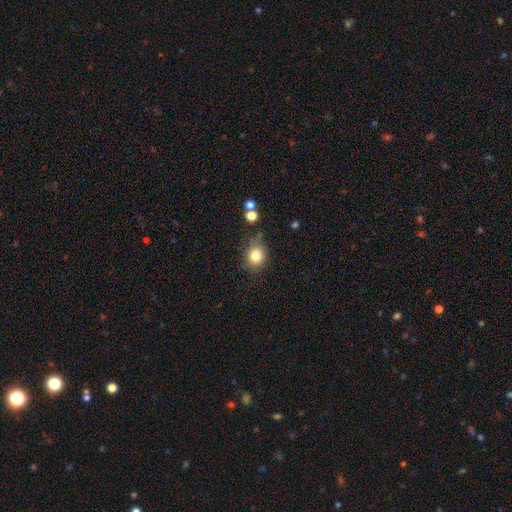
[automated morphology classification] Overall: smooth (82%). How rounded: round (59%; in between 40%). Merging: none (72%).